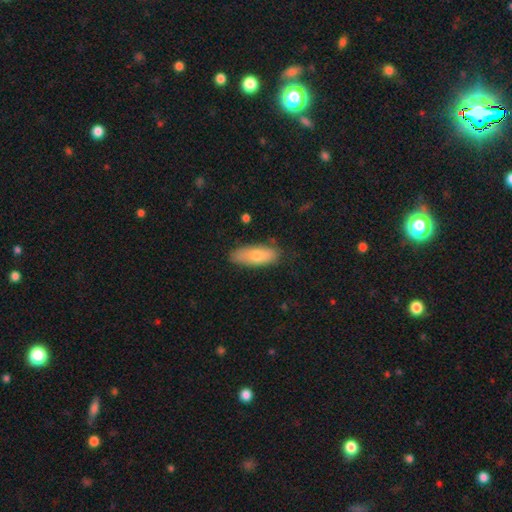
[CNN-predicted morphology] A smooth galaxy with no disk features (75%) that is in between round and cigar-shaped (72%). Merging: none (80%).